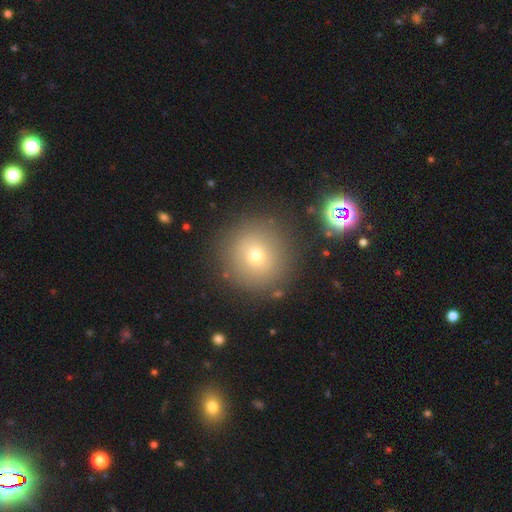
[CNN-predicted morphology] Smooth or featured? Predicted: smooth (p=0.68). How rounded? Predicted: round (p=0.95). Merging? Predicted: none (p=0.86).